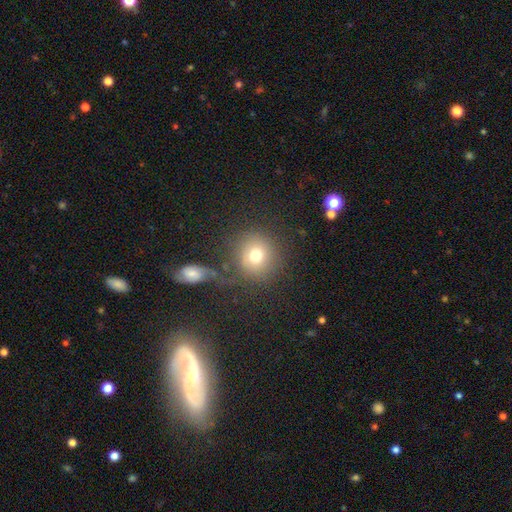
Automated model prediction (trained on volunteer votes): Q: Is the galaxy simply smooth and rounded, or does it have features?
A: smooth — 75%.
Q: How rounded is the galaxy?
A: round — 88%.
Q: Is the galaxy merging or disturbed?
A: none — 68%.